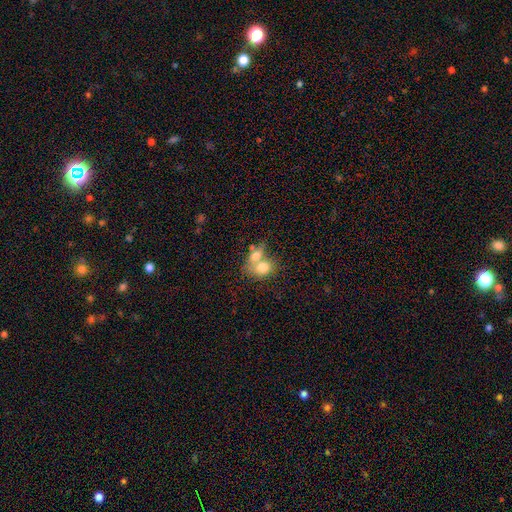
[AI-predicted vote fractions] Smooth or featured: smooth — 73% (featured or disk — 19%)
How rounded: in between — 59% (round — 39%)
Merging: merger — 70% (none — 19%)